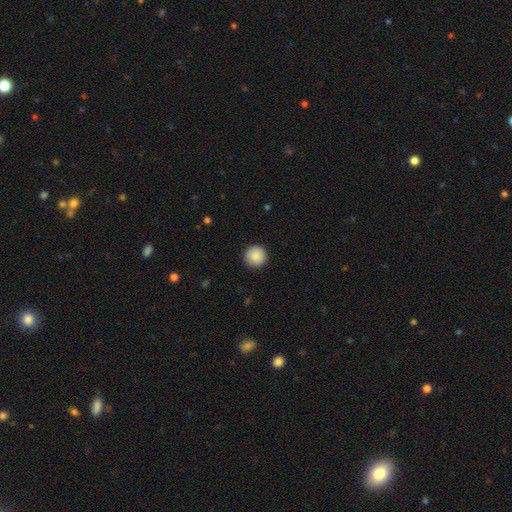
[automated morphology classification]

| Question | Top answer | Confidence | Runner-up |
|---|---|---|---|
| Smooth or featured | smooth | 88% | star or artifact (8%) |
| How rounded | round | 96% | in between (3%) |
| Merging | none | 91% | minor disturbance (6%) |